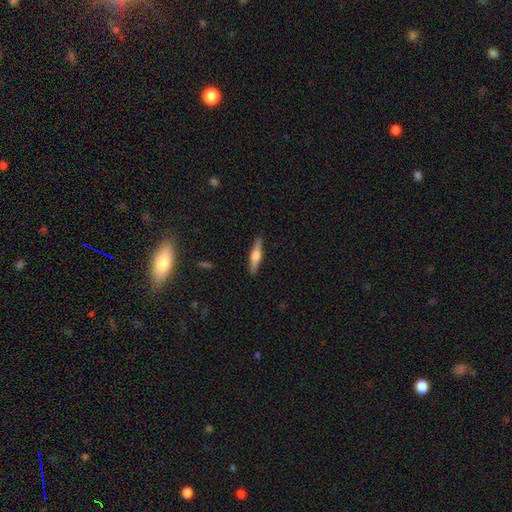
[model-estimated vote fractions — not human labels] This appears to be a smooth galaxy with no disk features (47%, tied with featured or disk). Merging: none (89%).